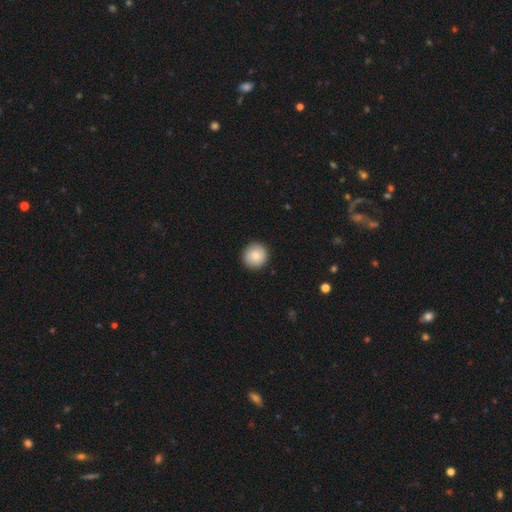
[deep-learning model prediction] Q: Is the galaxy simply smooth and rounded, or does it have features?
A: smooth — 82%.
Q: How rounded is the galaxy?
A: round — 94%.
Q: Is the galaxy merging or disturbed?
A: none — 91%.